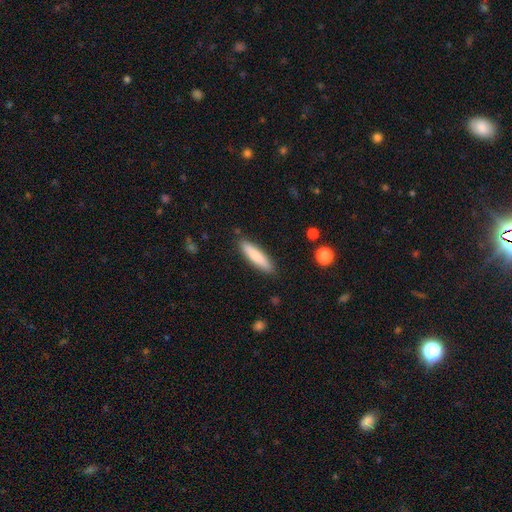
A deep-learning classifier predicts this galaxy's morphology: smooth 79%, featured or disk 15%, star or artifact 6%. Down the decision tree: how rounded — cigar-shaped (77%); merging — none (88%).